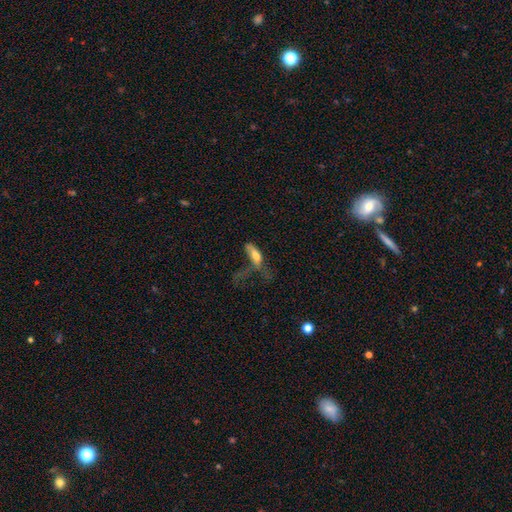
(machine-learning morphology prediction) Q: Smooth or featured?
A: smooth (63%); runner-up: featured or disk (28%)
Q: How rounded?
A: in between (64%); runner-up: cigar-shaped (32%)
Q: Merging?
A: major disturbance (58%); runner-up: none (16%)